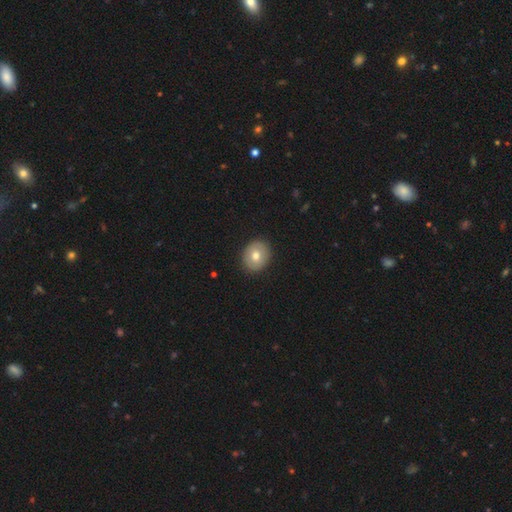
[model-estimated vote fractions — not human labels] smooth_or_featured: smooth (p=0.70) [alt: featured or disk p=0.22]
how_rounded: round (p=0.68) [alt: in between p=0.31]
merging: none (p=0.90) [alt: minor disturbance p=0.07]